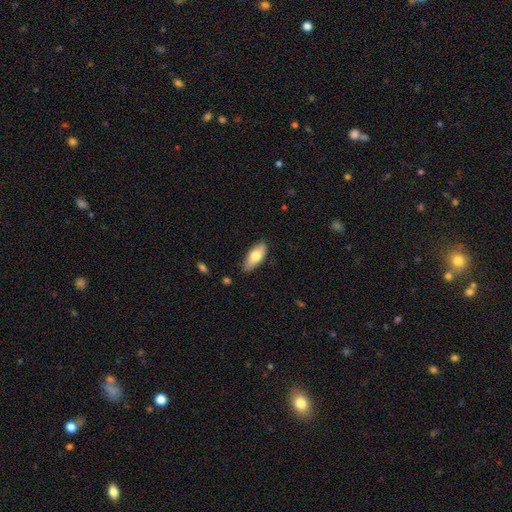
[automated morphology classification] smooth-or-featured: smooth: 73% | featured or disk: 21% | star or artifact: 6%
  how-rounded: in between: 85% | cigar-shaped: 13% | round: 2%
  merging: none: 82% | minor disturbance: 14% | major disturbance: 2% | merger: 1%